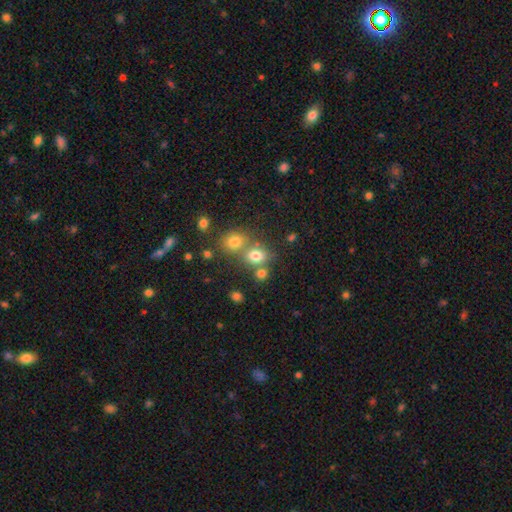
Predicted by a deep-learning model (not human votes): smooth_or_featured: smooth (p=0.76) [alt: star or artifact p=0.15]
how_rounded: round (p=0.64) [alt: in between p=0.34]
merging: none (p=0.51) [alt: merger p=0.35]